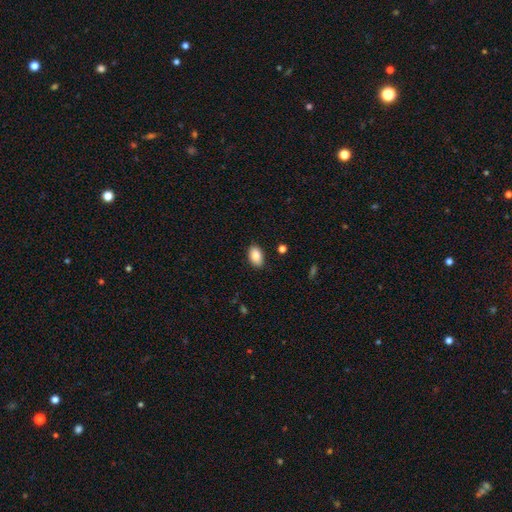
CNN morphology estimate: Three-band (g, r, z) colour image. It shows a smooth galaxy with no disk features (86%) that is in between round and cigar-shaped (91%). Merging: none (88%).